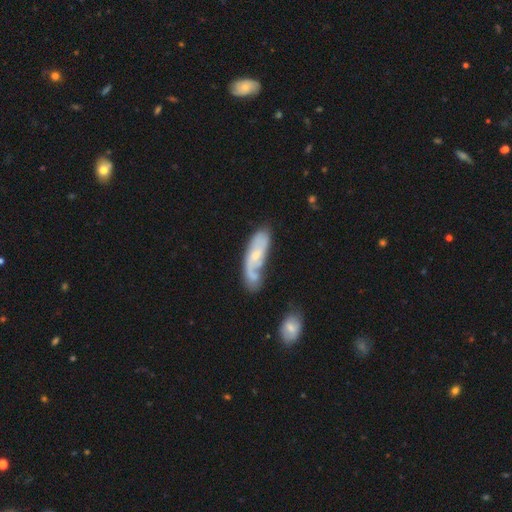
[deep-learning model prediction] Q: Smooth or featured?
A: featured or disk (63%); runner-up: smooth (30%)
Q: Edge-on disk?
A: no (86%); runner-up: yes (14%)
Q: Bar?
A: no (61%); runner-up: weak (32%)
Q: Spiral arms?
A: yes (83%); runner-up: no (17%)
Q: Bulge size?
A: small (61%); runner-up: moderate (31%)
Q: Merging?
A: none (42%); runner-up: minor disturbance (24%)